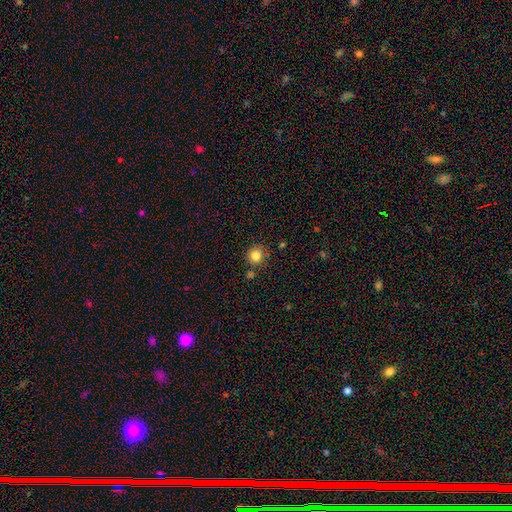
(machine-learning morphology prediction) Smooth or featured? smooth (84%)
How rounded? round (93%)
Merging? none (80%)